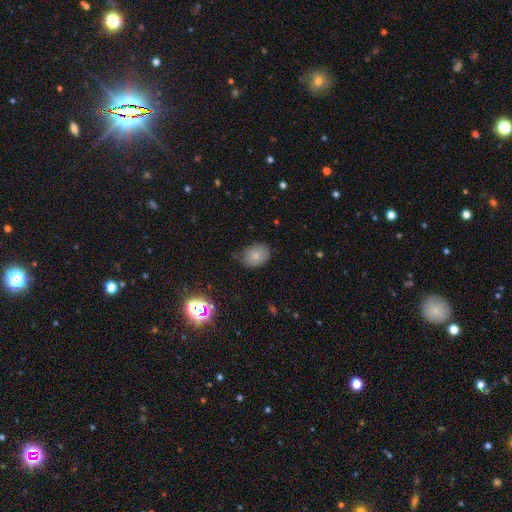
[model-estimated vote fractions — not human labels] smooth-or-featured: smooth: 80% | star or artifact: 11% | featured or disk: 9%
  how-rounded: in between: 68% | round: 31% | cigar-shaped: 1%
  merging: none: 77% | minor disturbance: 17% | major disturbance: 4% | merger: 2%